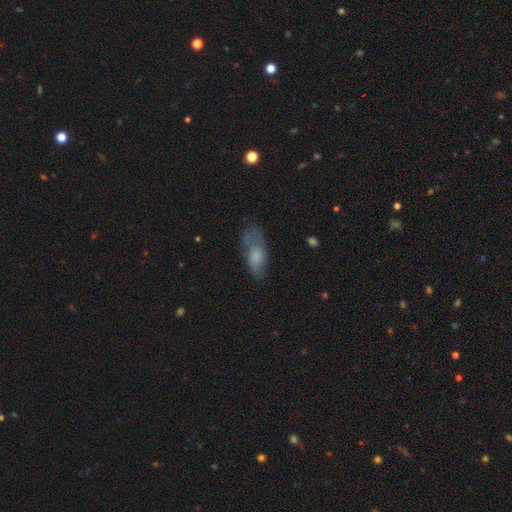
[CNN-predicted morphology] Q: Smooth or featured?
A: smooth (65%); runner-up: featured or disk (25%)
Q: How rounded?
A: in between (83%); runner-up: cigar-shaped (13%)
Q: Merging?
A: none (43%); runner-up: minor disturbance (29%)